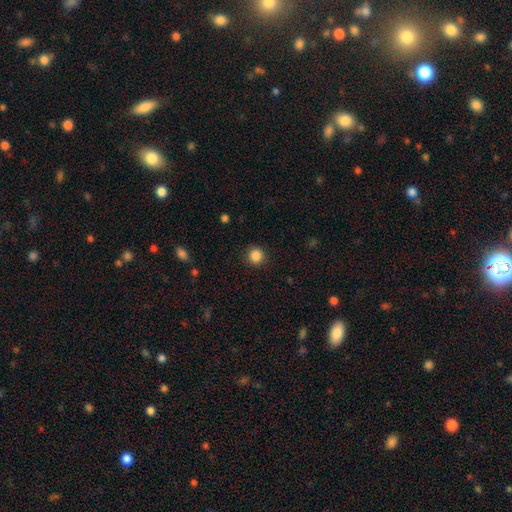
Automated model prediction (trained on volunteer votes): A smooth galaxy with no disk features (86%) that is round (92%). Merging: none (90%).